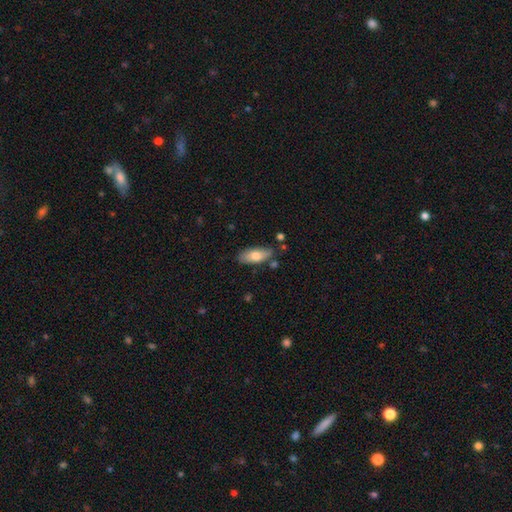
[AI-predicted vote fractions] Q: Smooth or featured?
A: smooth (76%); runner-up: featured or disk (18%)
Q: How rounded?
A: in between (83%); runner-up: cigar-shaped (15%)
Q: Merging?
A: none (75%); runner-up: minor disturbance (17%)